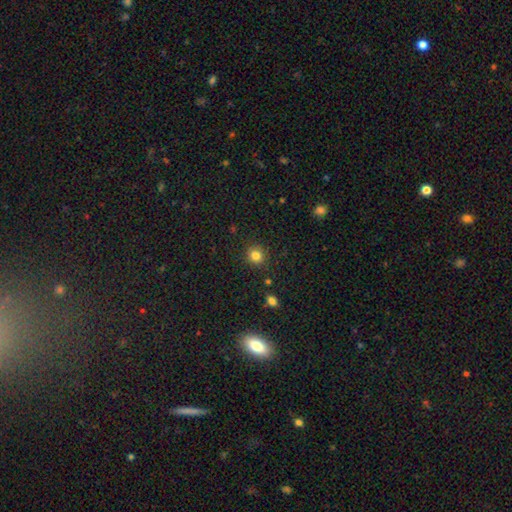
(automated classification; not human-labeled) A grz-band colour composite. It shows a smooth galaxy with no disk features (82%) that is round (86%). Merging: none (88%).